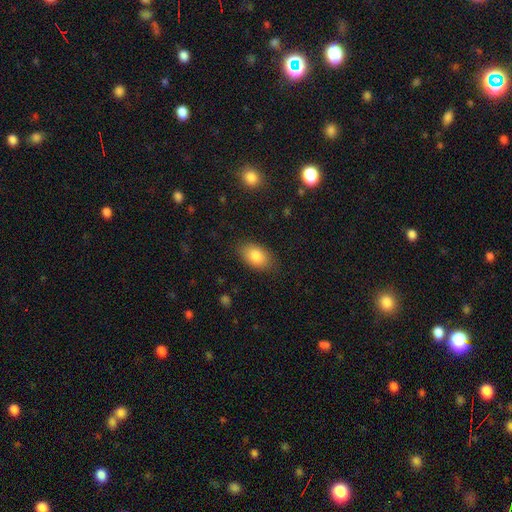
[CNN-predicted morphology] type=smooth (84%); roundness=in between (91%); merging=none (83%).